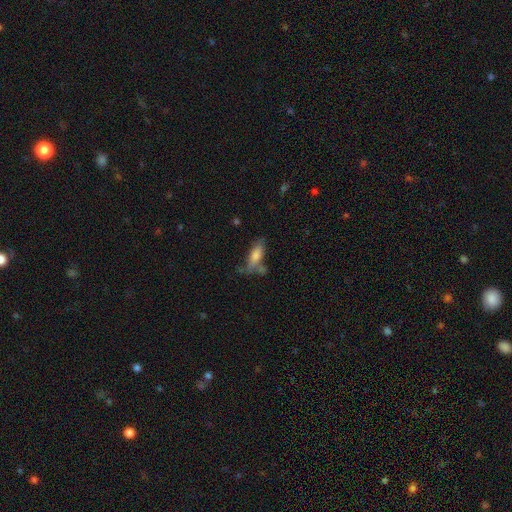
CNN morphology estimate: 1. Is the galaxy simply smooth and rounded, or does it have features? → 65% smooth, 24% featured or disk, 10% star or artifact.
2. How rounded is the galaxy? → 59% in between, 38% cigar-shaped, 3% round.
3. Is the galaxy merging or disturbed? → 50% none, 24% minor disturbance, 15% merger, 12% major disturbance.